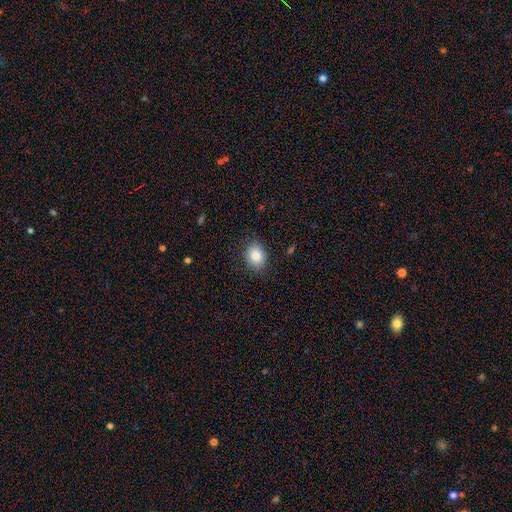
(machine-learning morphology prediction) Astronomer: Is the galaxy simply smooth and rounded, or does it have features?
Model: smooth — 84%.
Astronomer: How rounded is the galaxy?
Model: in between — 62% (runner-up: round, 37%).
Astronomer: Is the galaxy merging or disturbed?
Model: none — 84%.